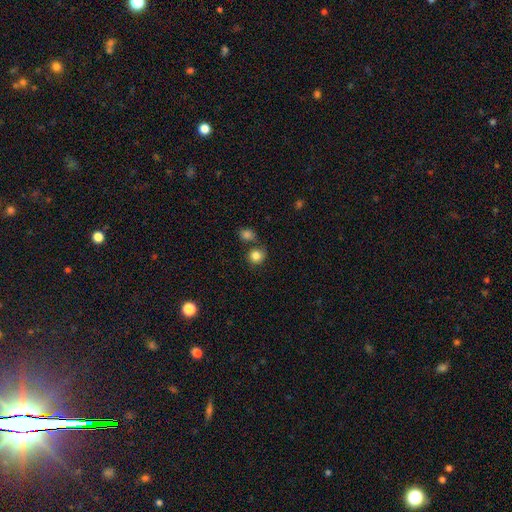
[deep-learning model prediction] Q: Smooth or featured?
A: smooth (83%); runner-up: star or artifact (11%)
Q: How rounded?
A: round (84%); runner-up: in between (15%)
Q: Merging?
A: none (69%); runner-up: merger (17%)